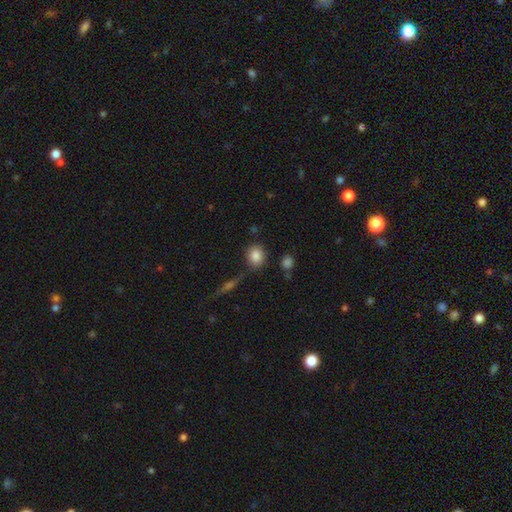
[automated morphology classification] smooth_or_featured: smooth (p=0.85) [alt: star or artifact p=0.08]
how_rounded: round (p=0.57) [alt: in between p=0.41]
merging: none (p=0.78) [alt: minor disturbance p=0.12]